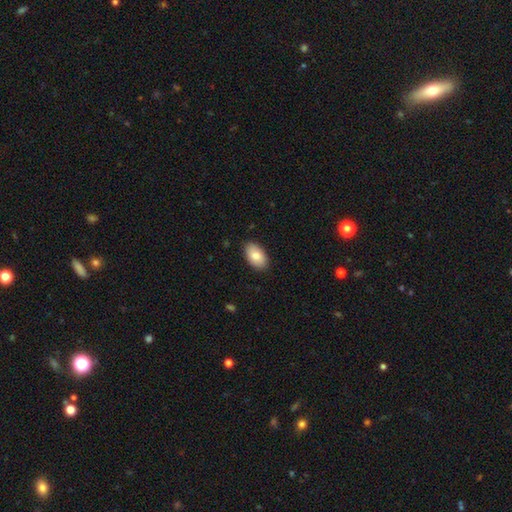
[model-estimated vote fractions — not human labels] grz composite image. It shows a smooth galaxy with no disk features (83%) that is in between round and cigar-shaped (94%). Merging: none (87%).